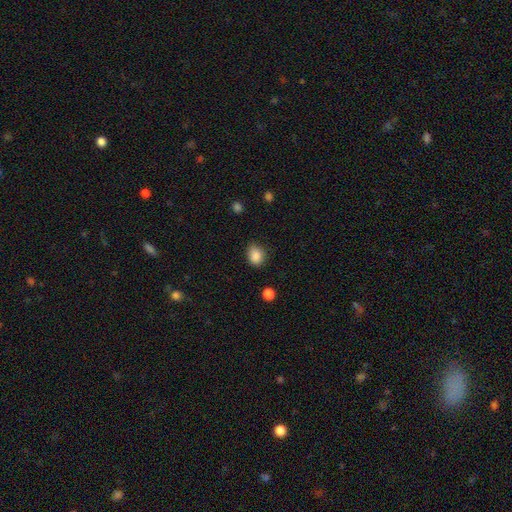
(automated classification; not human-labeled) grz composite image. It shows a smooth galaxy with no disk features (87%) that is in between round and cigar-shaped (55%). Merging: none (74%).